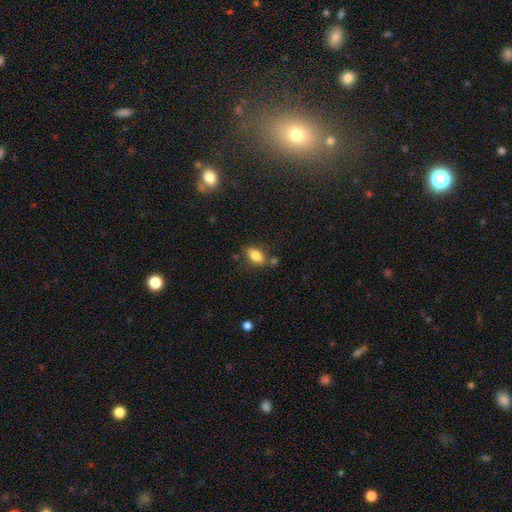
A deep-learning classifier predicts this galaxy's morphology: Smooth or featured? Predicted: smooth (p=0.83). How rounded? Predicted: in between (p=0.87). Merging? Predicted: none (p=0.72).